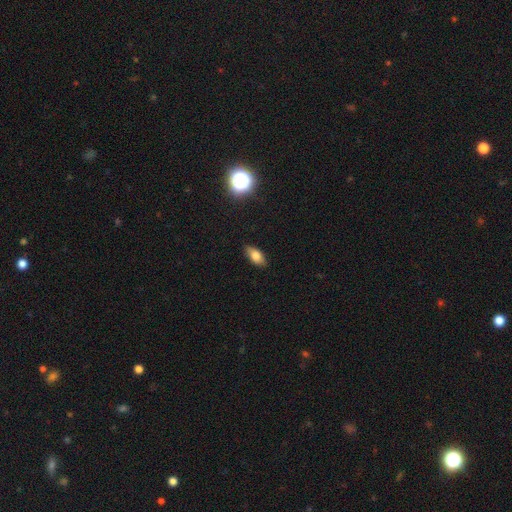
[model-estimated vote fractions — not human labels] The model was most divided on "smooth or featured": smooth: 76%, featured or disk: 14%, star or artifact: 10%. More confident: how rounded — in between (87%); merging — none (86%).